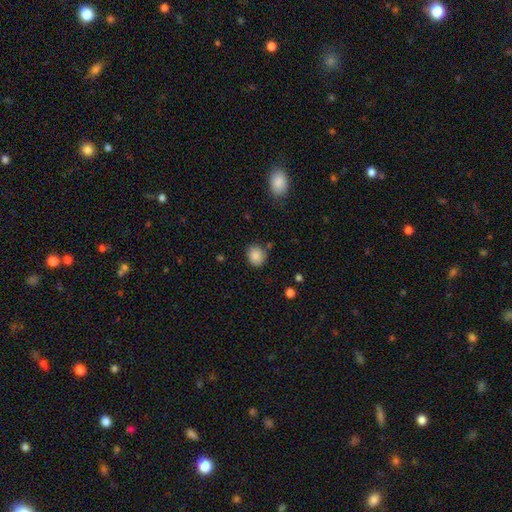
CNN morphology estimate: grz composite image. It shows a smooth galaxy with no disk features (87%) that is round (70%). Merging: none (80%).